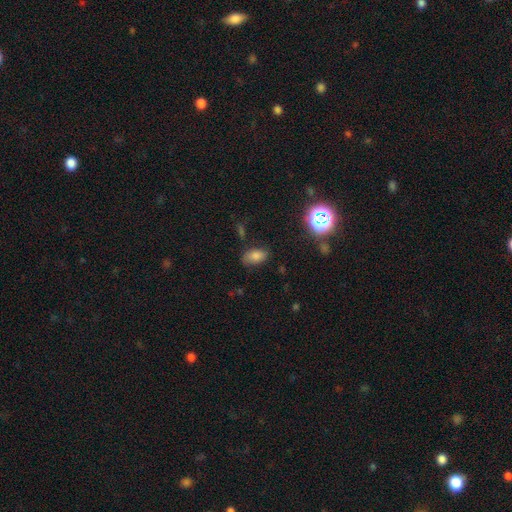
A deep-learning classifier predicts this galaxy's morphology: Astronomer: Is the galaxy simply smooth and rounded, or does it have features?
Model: smooth — 76%.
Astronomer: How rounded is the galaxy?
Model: in between — 89%.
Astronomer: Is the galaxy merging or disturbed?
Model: none — 77%.